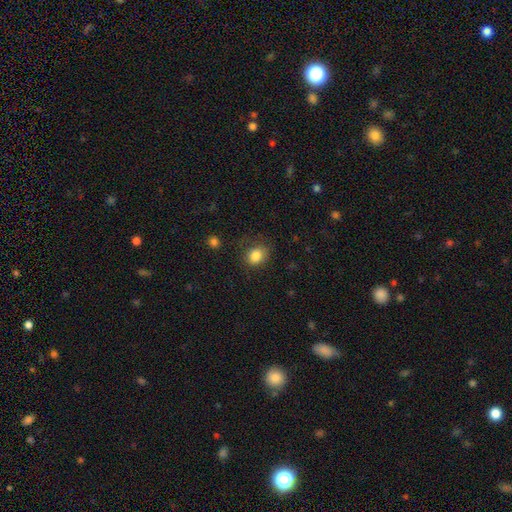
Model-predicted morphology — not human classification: Smooth or featured: smooth — 84% (star or artifact — 10%)
How rounded: round — 61% (in between — 38%)
Merging: none — 73% (minor disturbance — 19%)